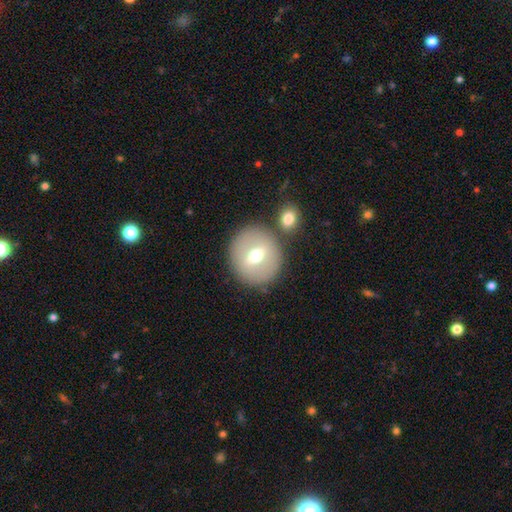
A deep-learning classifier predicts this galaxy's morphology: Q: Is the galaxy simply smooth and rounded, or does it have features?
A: smooth — 60%.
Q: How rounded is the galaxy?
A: round — 86%.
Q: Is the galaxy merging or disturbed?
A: none — 75%.